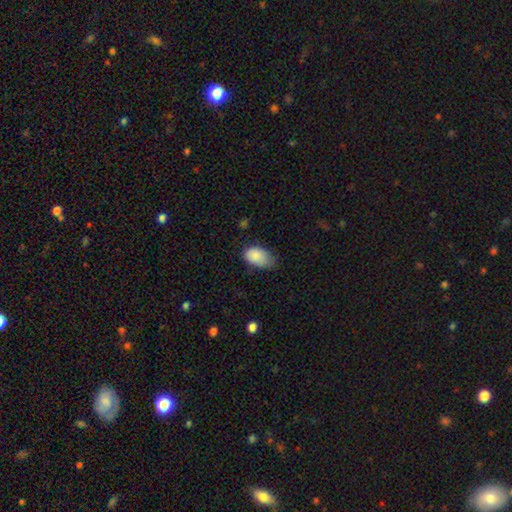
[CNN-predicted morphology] A smooth galaxy with no disk features (85%) that is in between round and cigar-shaped (90%).

Vote fractions:
- Smooth or featured? smooth: 85% / featured or disk: 7% / star or artifact: 7%
- How rounded? in between: 90% / round: 8% / cigar-shaped: 1%
- Merging? none: 45% / minor disturbance: 43% / major disturbance: 10% / merger: 2%